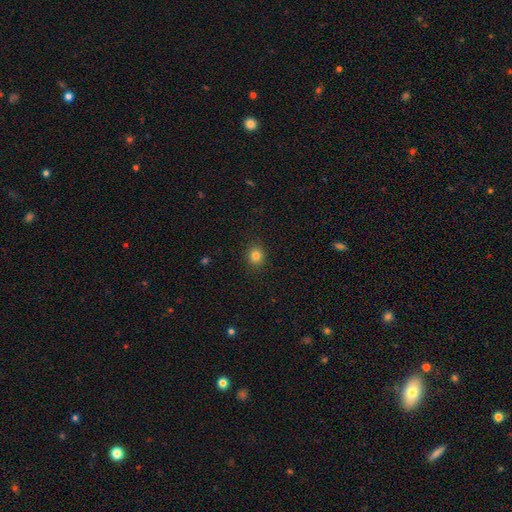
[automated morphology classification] Overall: smooth (82%). How rounded: round (80%). Merging: none (90%).